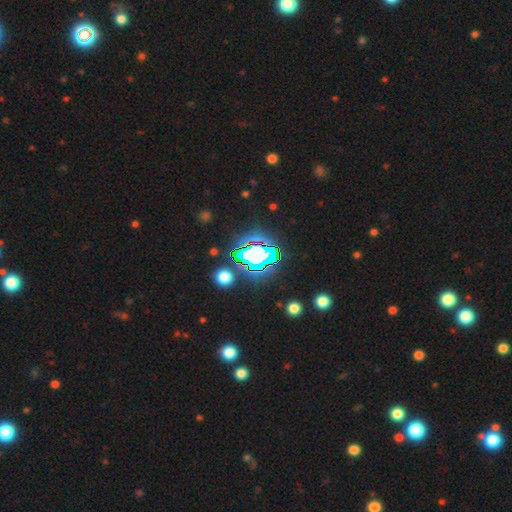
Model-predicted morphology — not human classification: Smooth or featured? Predicted: star or artifact (p=0.70).